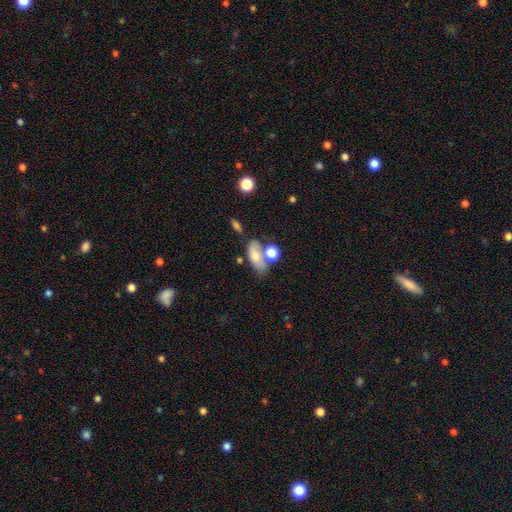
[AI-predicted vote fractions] Smooth or featured? smooth (70%)
How rounded? in between (78%)
Merging? none (48%)